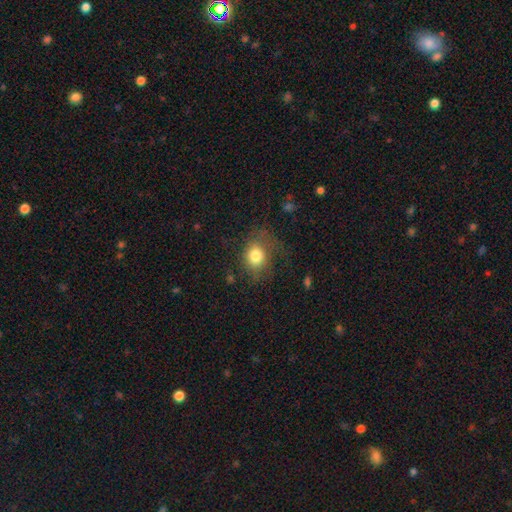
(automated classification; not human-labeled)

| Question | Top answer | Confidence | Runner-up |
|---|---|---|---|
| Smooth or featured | smooth | 78% | featured or disk (12%) |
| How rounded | round | 57% | in between (42%) |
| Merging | none | 55% | minor disturbance (23%) |